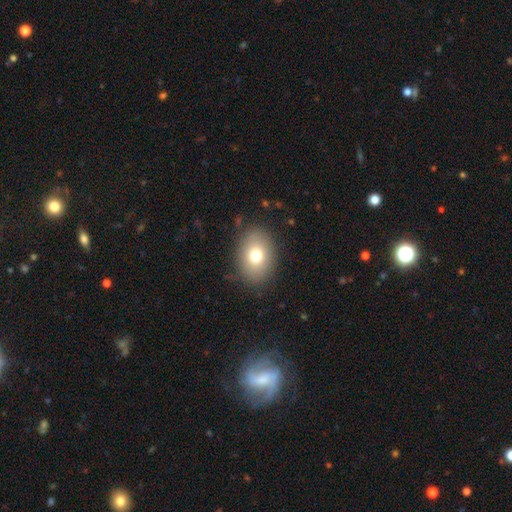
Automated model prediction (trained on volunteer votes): Morphology: type=smooth (75%); roundness=in between (70%); merging=none (84%).